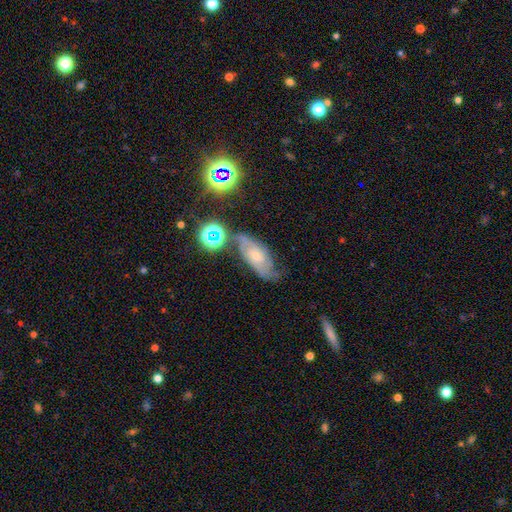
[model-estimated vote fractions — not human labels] Smooth or featured? Predicted: featured or disk (p=0.64). Edge-on disk? Predicted: no (p=0.91). Bar? Predicted: no (p=0.70). Spiral arms? Predicted: yes (p=0.89). Spiral winding? Predicted: medium (p=0.44). Spiral arm count? Predicted: 2 (p=0.72). Bulge size? Predicted: small (p=0.67). Merging? Predicted: none (p=0.55).